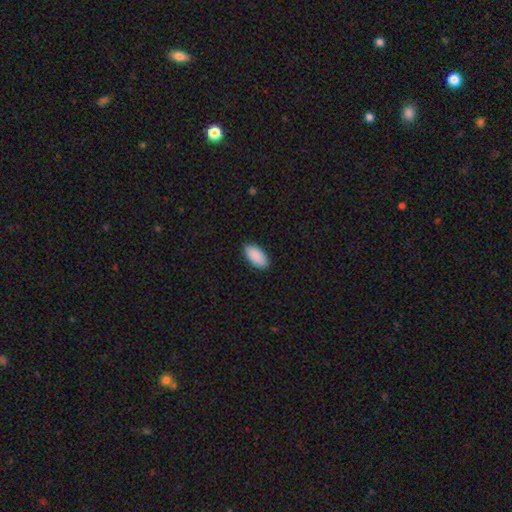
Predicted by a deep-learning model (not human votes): Overall: smooth (91%). How rounded: in between (93%). Merging: none (88%).